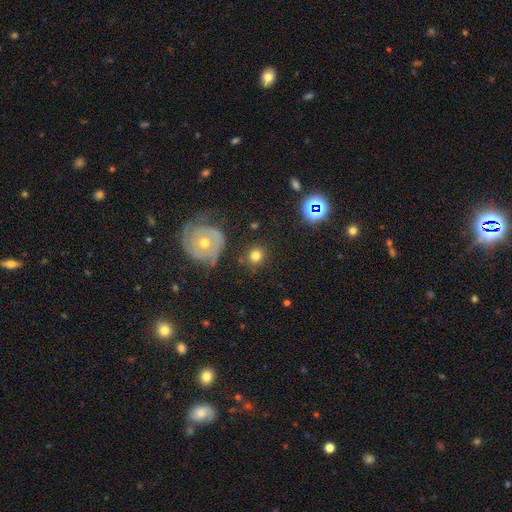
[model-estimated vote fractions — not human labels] Morphology: type=smooth (74%); roundness=round (86%); merging=none (81%).